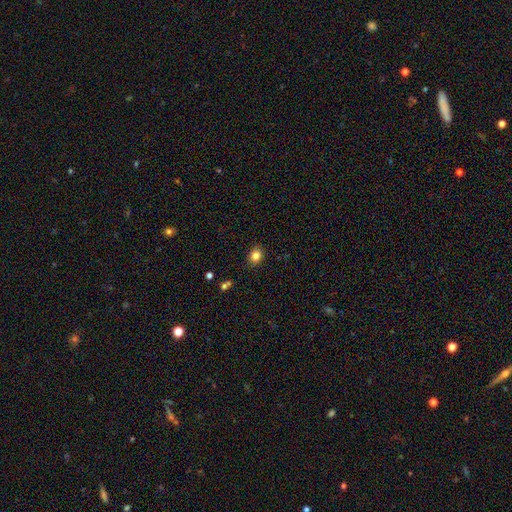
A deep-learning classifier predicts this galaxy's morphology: Smooth or featured: smooth — 82% (star or artifact — 11%)
How rounded: round — 60% (in between — 40%)
Merging: none — 87% (minor disturbance — 9%)